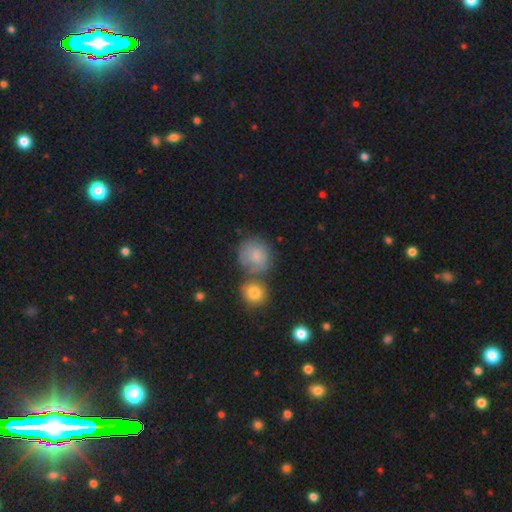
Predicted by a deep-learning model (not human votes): smooth-or-featured: smooth: 74% | featured or disk: 17% | star or artifact: 9%
  how-rounded: round: 82% | in between: 17% | cigar-shaped: 1%
  merging: none: 51% | merger: 25% | minor disturbance: 17% | major disturbance: 7%